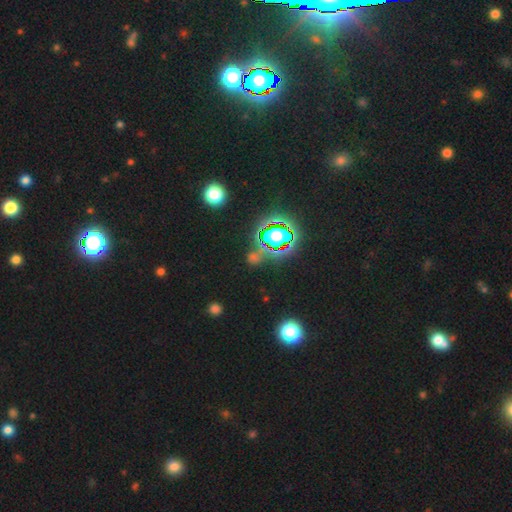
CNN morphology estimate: Smooth or featured: star or artifact — 65% (smooth — 25%)